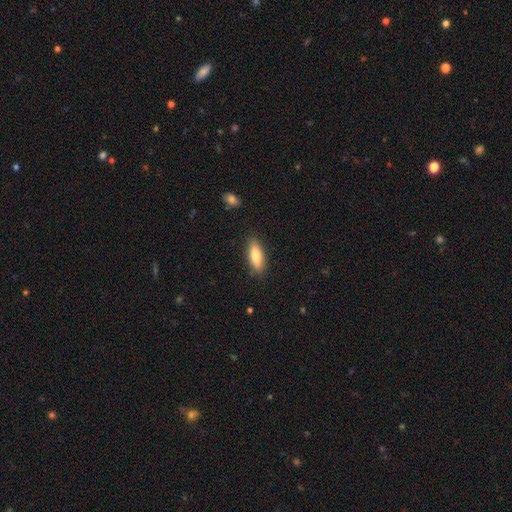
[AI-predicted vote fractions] Morphology: type=smooth (78%); roundness=in between (62%); merging=none (86%).